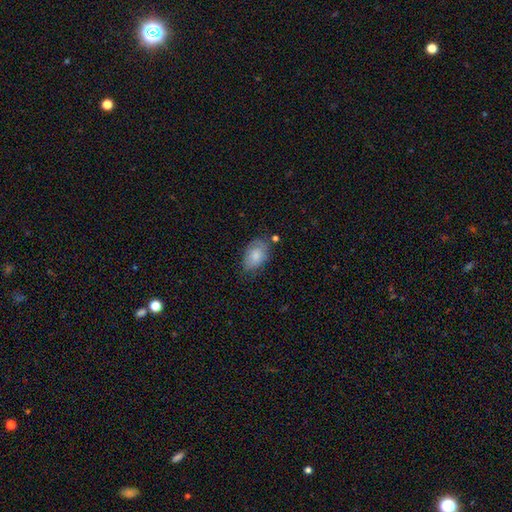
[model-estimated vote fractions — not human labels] smooth 79%, featured or disk 14%, star or artifact 7%. Down the decision tree: how rounded — in between (90%); merging — none (61%).